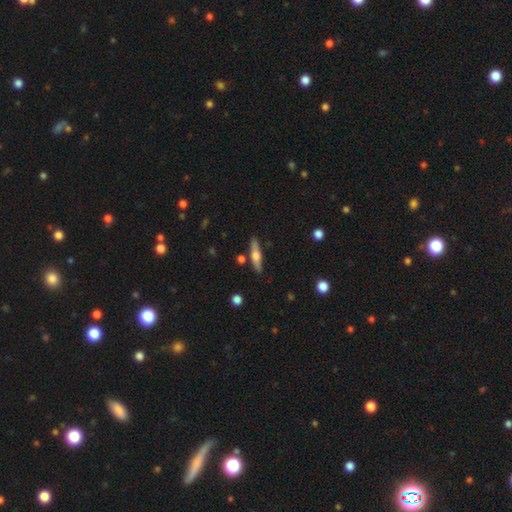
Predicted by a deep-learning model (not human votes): Smooth or featured?
  - smooth: 48% *
  - featured or disk: 46%
  - star or artifact: 7%
Merging?
  - none: 82% *
  - minor disturbance: 11%
  - merger: 5%
  - major disturbance: 2%